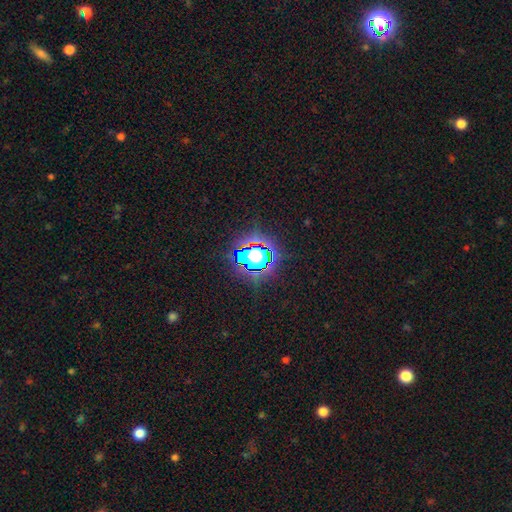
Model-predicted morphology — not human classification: smooth_or_featured: star or artifact (p=0.61) [alt: smooth p=0.27]